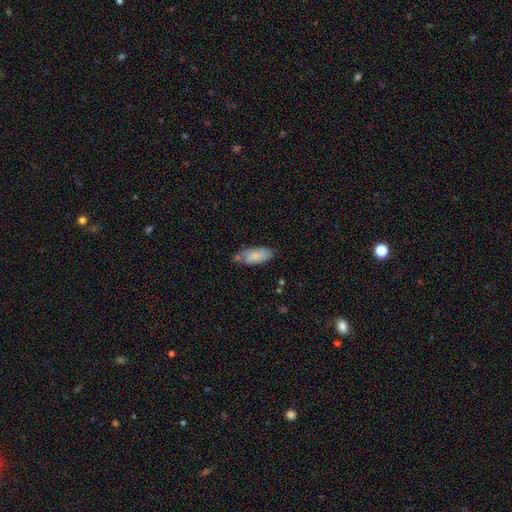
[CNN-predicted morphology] This appears to be a smooth galaxy with no disk features (82%) that is in between round and cigar-shaped (86%). Merging: none (57%).